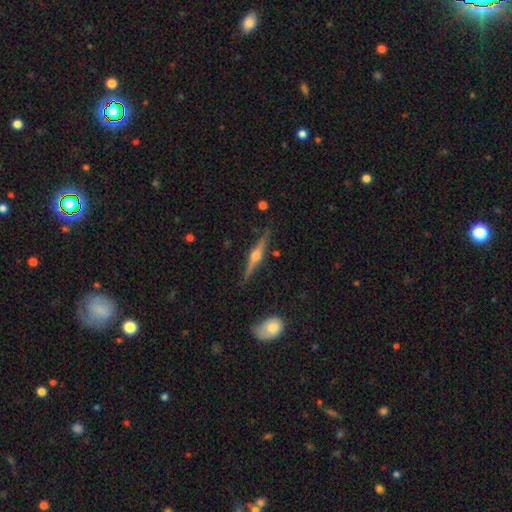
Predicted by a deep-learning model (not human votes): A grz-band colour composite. It shows a featured or disk galaxy (82%) viewed edge-on (98%) with a rounded central bulge (95%). Merging: none (88%).